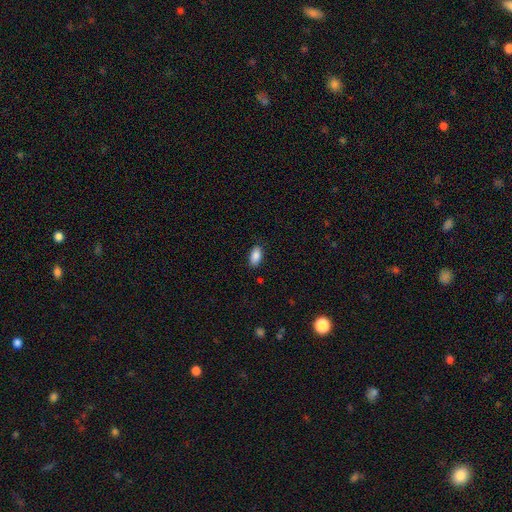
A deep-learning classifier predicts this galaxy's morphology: A smooth galaxy with no disk features (89%) that is in between round and cigar-shaped (93%).

Vote fractions:
- Smooth or featured? smooth: 89% / star or artifact: 7% / featured or disk: 4%
- How rounded? in between: 93% / cigar-shaped: 4% / round: 3%
- Merging? none: 86% / minor disturbance: 10% / major disturbance: 2% / merger: 1%